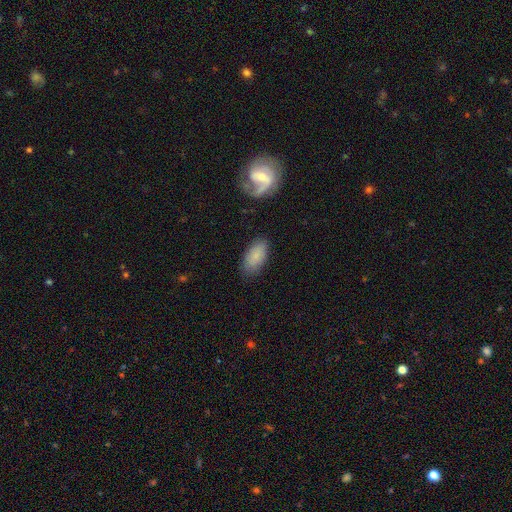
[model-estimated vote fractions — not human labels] This appears to be a smooth galaxy with no disk features (80%) that is in between round and cigar-shaped (92%). Merging: none (81%).